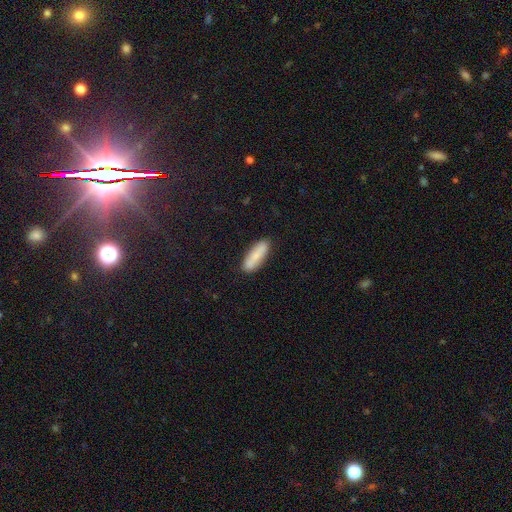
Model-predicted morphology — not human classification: This is likely a smooth galaxy (76%). How rounded: possibly cigar-shaped (50%). Merging: clearly none (86%).